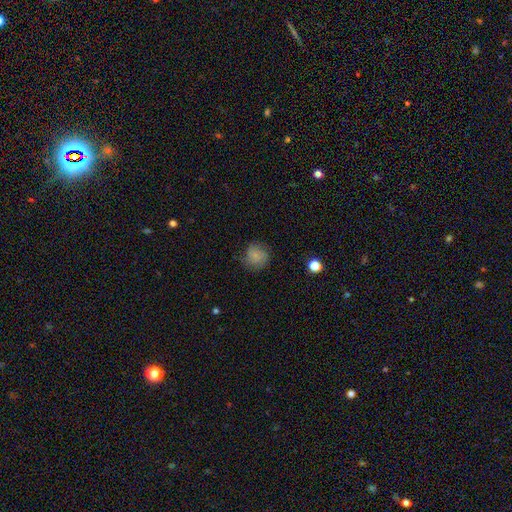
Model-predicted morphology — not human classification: smooth_or_featured: smooth (p=0.78) [alt: featured or disk p=0.12]
how_rounded: round (p=0.87) [alt: in between p=0.12]
merging: none (p=0.74) [alt: minor disturbance p=0.18]